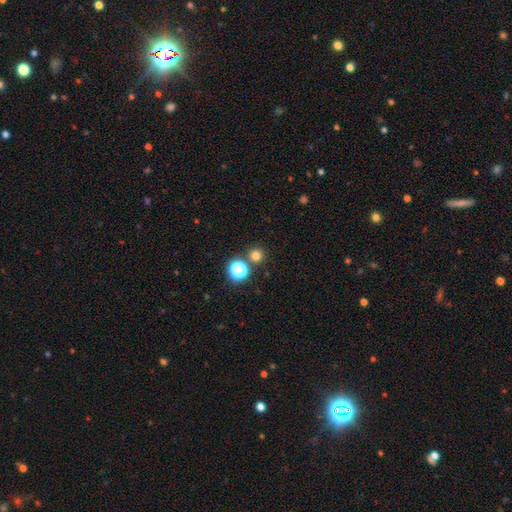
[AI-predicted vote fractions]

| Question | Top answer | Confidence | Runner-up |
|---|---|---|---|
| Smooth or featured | smooth | 75% | star or artifact (20%) |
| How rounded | round | 95% | in between (4%) |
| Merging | none | 82% | merger (10%) |